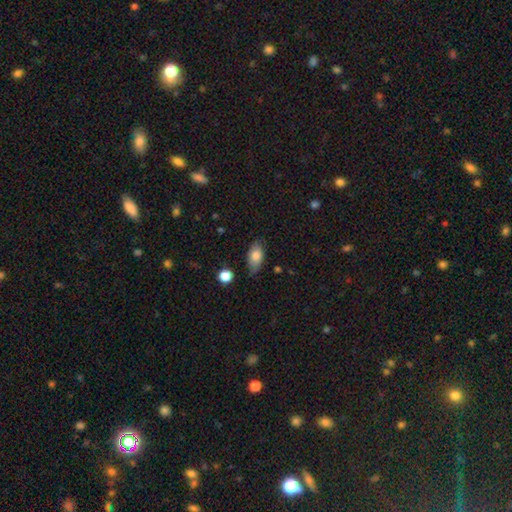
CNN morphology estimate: Overall: smooth (79%). How rounded: in between (89%). Merging: none (71%).